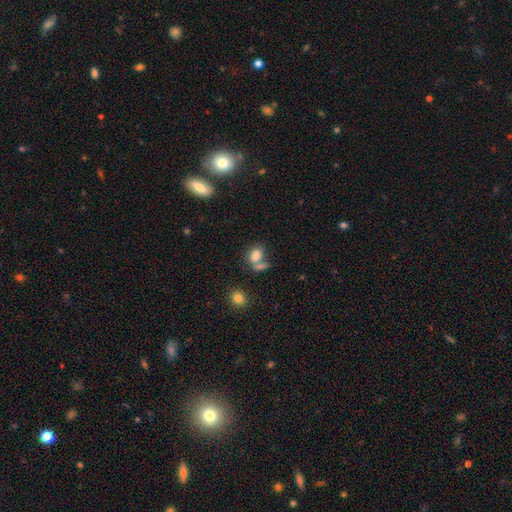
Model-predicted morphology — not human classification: The model was most divided on "merging": none: 42%, merger: 40%, minor disturbance: 12%, major disturbance: 7%. More confident: smooth or featured — smooth (80%); how rounded — in between (71%).